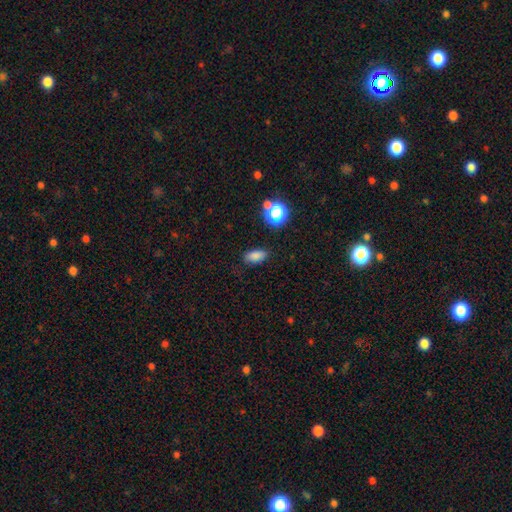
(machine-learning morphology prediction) Q: Smooth or featured?
A: smooth (81%); runner-up: star or artifact (14%)
Q: How rounded?
A: in between (84%); runner-up: round (9%)
Q: Merging?
A: none (83%); runner-up: minor disturbance (11%)